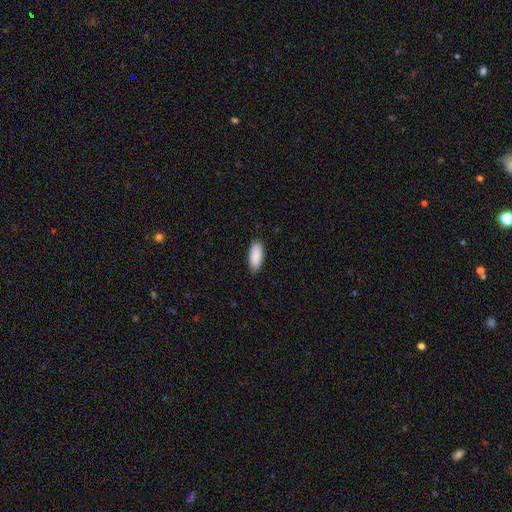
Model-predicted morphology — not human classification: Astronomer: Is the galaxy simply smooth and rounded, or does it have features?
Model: smooth — 91%.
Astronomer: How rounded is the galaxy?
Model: in between — 79%.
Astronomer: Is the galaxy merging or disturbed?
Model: none — 86%.